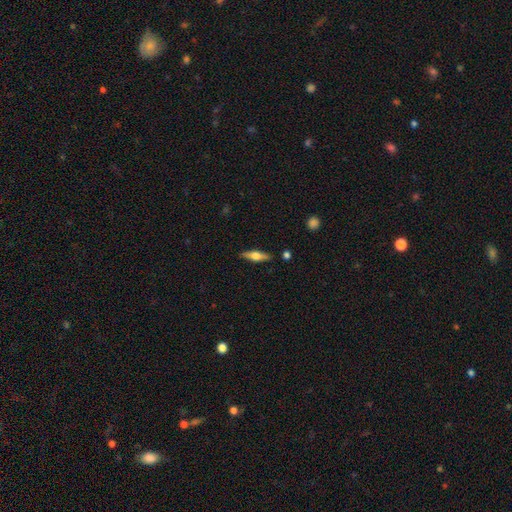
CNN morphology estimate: Overall: featured or disk (58%; smooth 36%). Edge-on disk: yes (95%). Edge-on bulge: rounded (93%). Merging: none (88%).